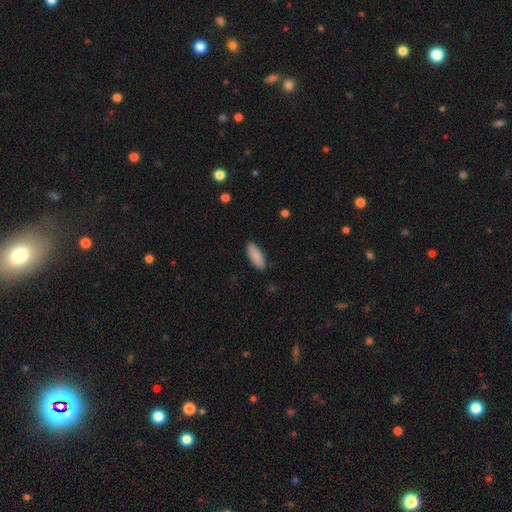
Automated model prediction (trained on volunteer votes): Smooth or featured? smooth (90%)
How rounded? in between (71%)
Merging? none (89%)